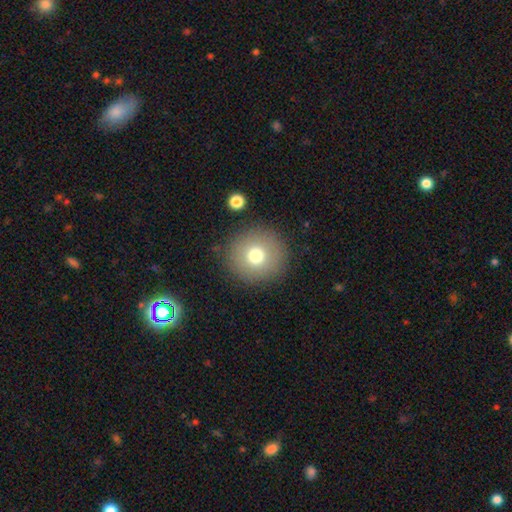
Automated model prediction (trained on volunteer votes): smooth 74%, featured or disk 14%, star or artifact 12%. Down the decision tree: how rounded — round (94%); merging — none (87%).